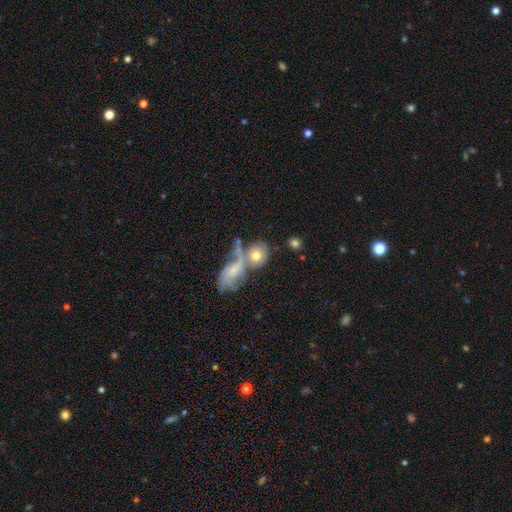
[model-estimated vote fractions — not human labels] smooth-or-featured: smooth: 68% | featured or disk: 23% | star or artifact: 9%
  how-rounded: round: 62% | in between: 35% | cigar-shaped: 4%
  merging: merger: 43% | none: 36% | minor disturbance: 11% | major disturbance: 10%